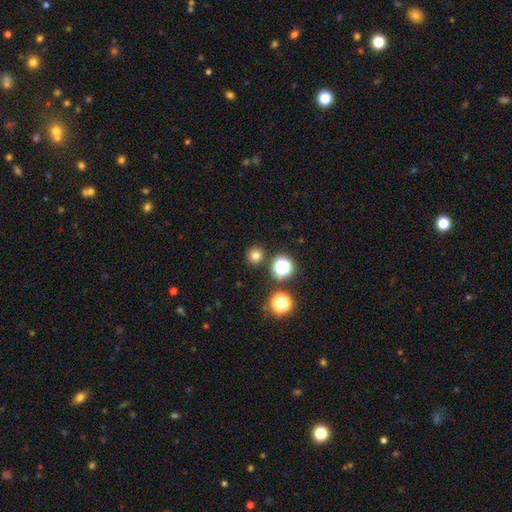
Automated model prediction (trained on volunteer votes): A smooth galaxy with no disk features (76%) that is round (93%). Merging: none (89%).